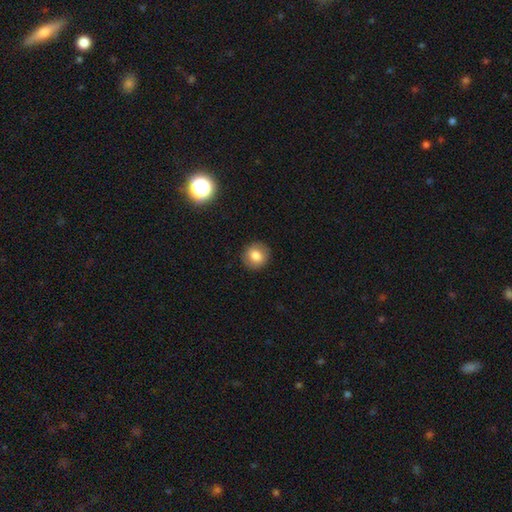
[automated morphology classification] Smooth or featured: smooth — 80% (featured or disk — 10%)
How rounded: round — 88% (in between — 11%)
Merging: none — 90% (minor disturbance — 7%)